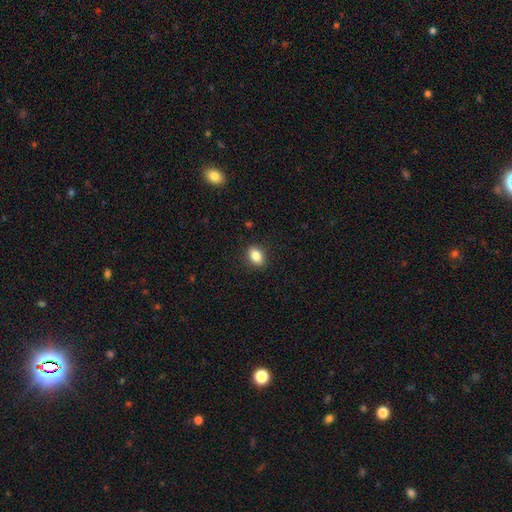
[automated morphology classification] smooth 84%, star or artifact 9%, featured or disk 7%. Down the decision tree: how rounded — in between (81%); merging — none (89%).